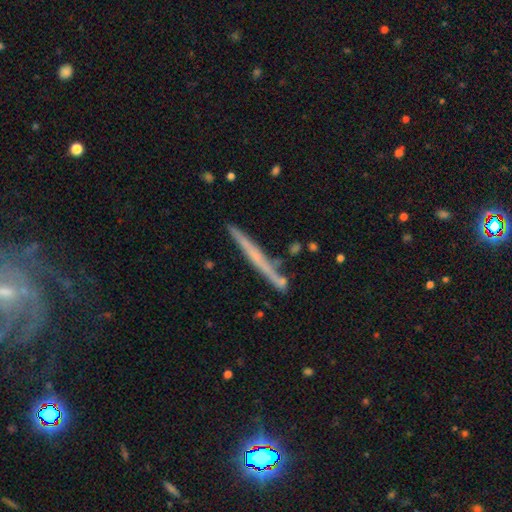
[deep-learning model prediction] featured or disk 55%, smooth 39%, star or artifact 6%. Down the decision tree: edge-on disk — yes (97%); edge-on bulge — none (81%); merging — none (83%).